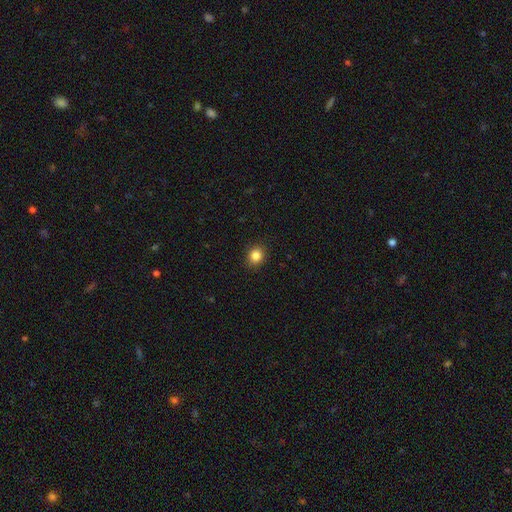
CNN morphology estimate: Smooth or featured? smooth (85%)
How rounded? round (78%)
Merging? none (90%)